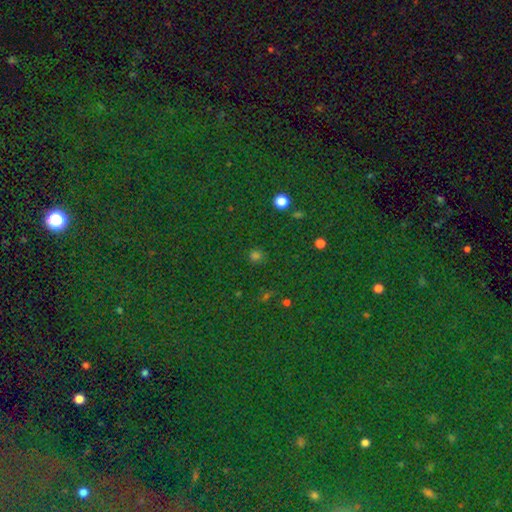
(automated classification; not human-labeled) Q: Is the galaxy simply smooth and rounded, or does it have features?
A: star or artifact — 72%.